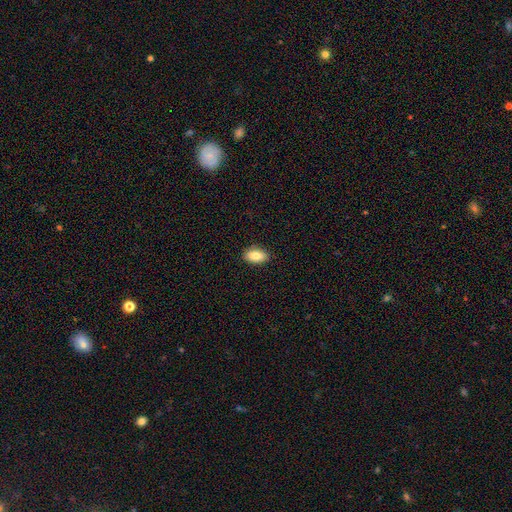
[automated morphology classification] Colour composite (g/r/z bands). It shows a smooth galaxy with no disk features (84%) that is in between round and cigar-shaped (92%). Merging: none (89%).